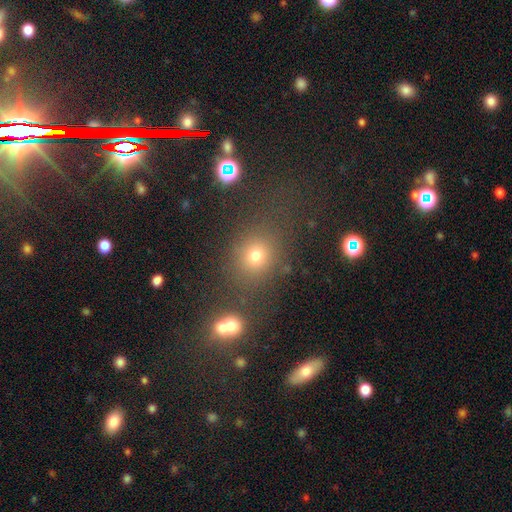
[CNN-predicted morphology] type=smooth (70%); roundness=round (75%); merging=none (73%).